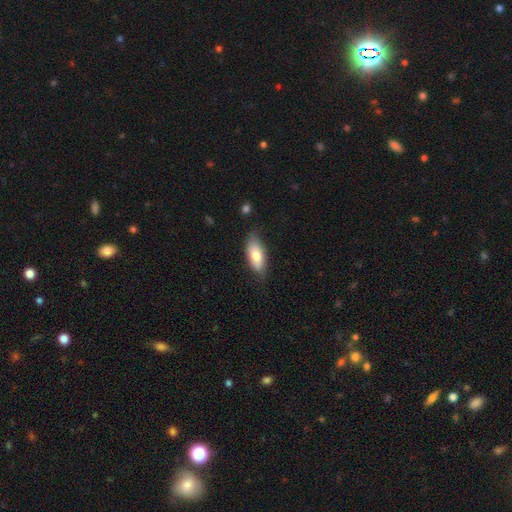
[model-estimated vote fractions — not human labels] Smooth or featured?
  - smooth: 76% *
  - featured or disk: 18%
  - star or artifact: 6%
How rounded?
  - in between: 85% *
  - cigar-shaped: 12%
  - round: 2%
Merging?
  - none: 75% *
  - minor disturbance: 20%
  - major disturbance: 4%
  - merger: 2%